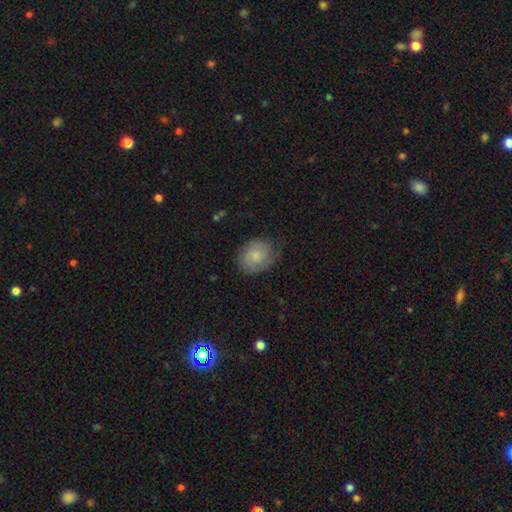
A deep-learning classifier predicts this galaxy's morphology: Smooth or featured? smooth (61%)
How rounded? round (58%)
Merging? none (67%)